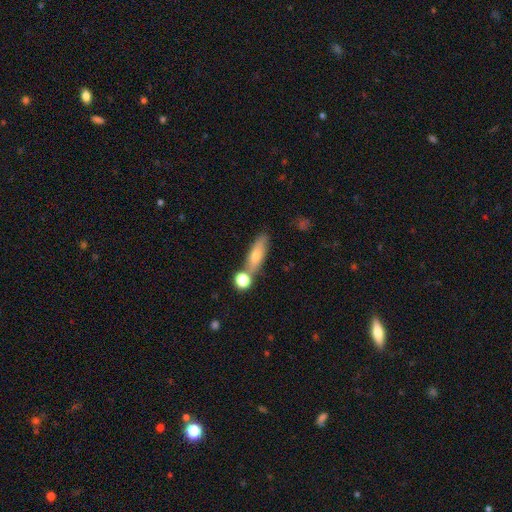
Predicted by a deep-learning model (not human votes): Smooth or featured?
  - smooth: 64% *
  - featured or disk: 27%
  - star or artifact: 8%
How rounded?
  - cigar-shaped: 55% *
  - in between: 40%
  - round: 5%
Merging?
  - none: 67% *
  - merger: 15%
  - minor disturbance: 14%
  - major disturbance: 4%